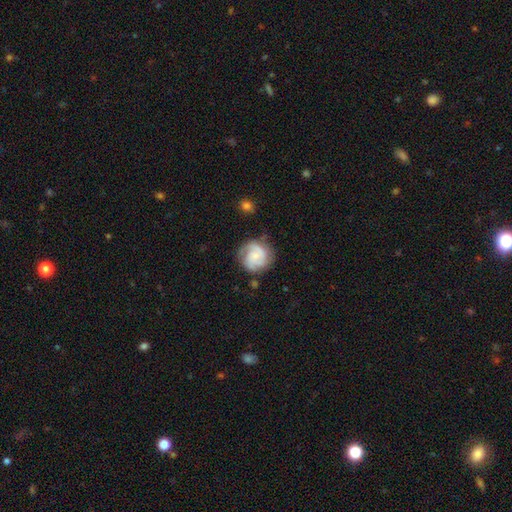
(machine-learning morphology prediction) featured or disk 72%, smooth 21%, star or artifact 6%. Down the decision tree: edge-on disk — no (98%); bar — no (66%); spiral arms — yes (95%); spiral arm count — 3 (35%, tied with 2); spiral winding — tight (48%); bulge size — small (60%); merging — none (71%).